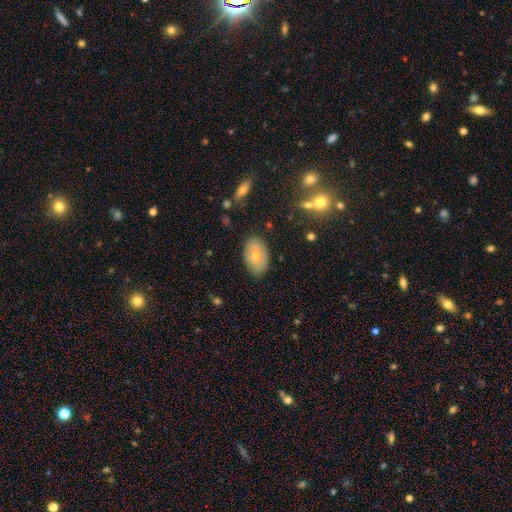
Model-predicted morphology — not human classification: Smooth or featured: smooth — 62% (featured or disk — 30%)
How rounded: in between — 90% (round — 9%)
Merging: none — 79% (minor disturbance — 15%)